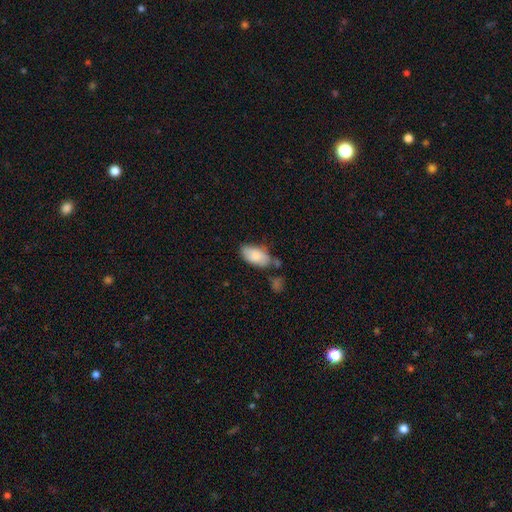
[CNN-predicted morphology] type=smooth (83%); roundness=in between (94%); merging=none (51%).